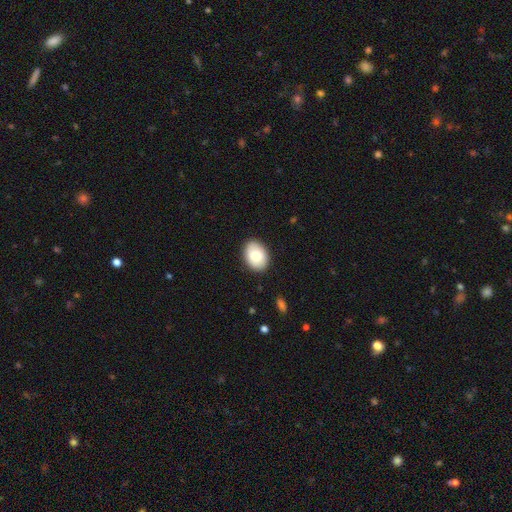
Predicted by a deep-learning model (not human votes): Overall: smooth (77%). How rounded: in between (79%). Merging: none (88%).